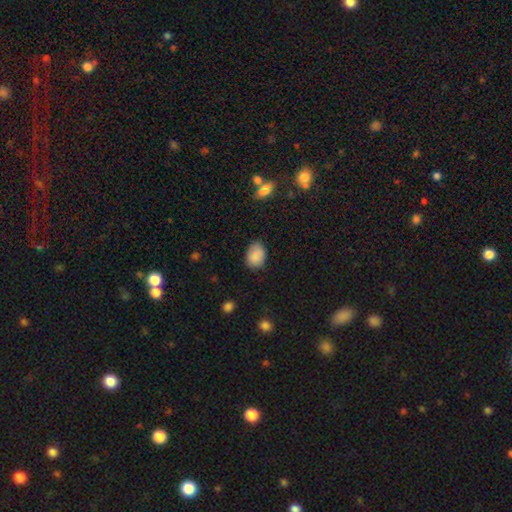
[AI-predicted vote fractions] Morphology: type=smooth (87%); roundness=in between (72%); merging=none (74%).